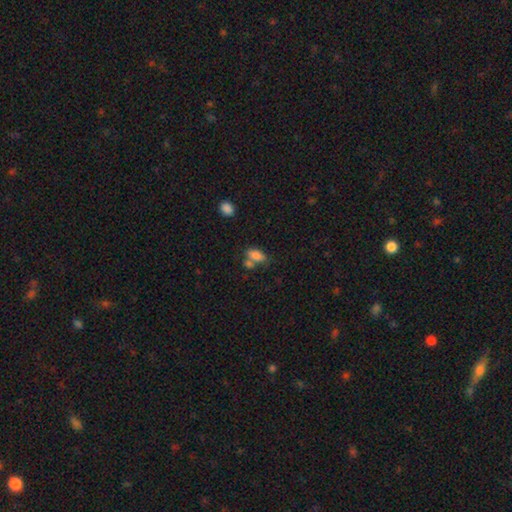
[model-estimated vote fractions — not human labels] Smooth or featured?
  - smooth: 82% *
  - star or artifact: 10%
  - featured or disk: 8%
How rounded?
  - in between: 88% *
  - round: 7%
  - cigar-shaped: 6%
Merging?
  - none: 42% *
  - merger: 37%
  - minor disturbance: 15%
  - major disturbance: 7%